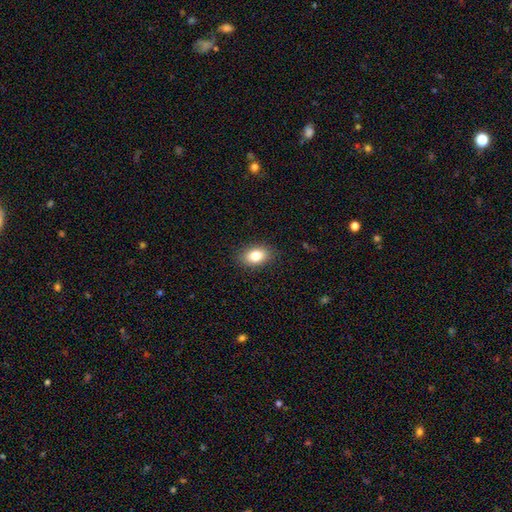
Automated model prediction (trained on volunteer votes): A smooth galaxy with no disk features (82%) that is in between round and cigar-shaped (83%). Merging: none (88%).